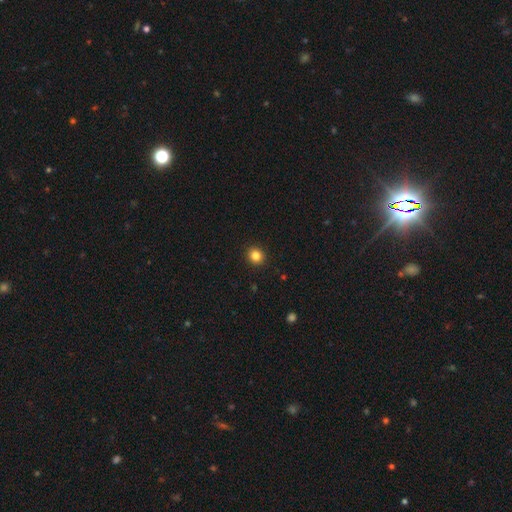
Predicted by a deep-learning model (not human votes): Smooth or featured: smooth — 84% (star or artifact — 11%)
How rounded: round — 87% (in between — 12%)
Merging: none — 93% (minor disturbance — 5%)